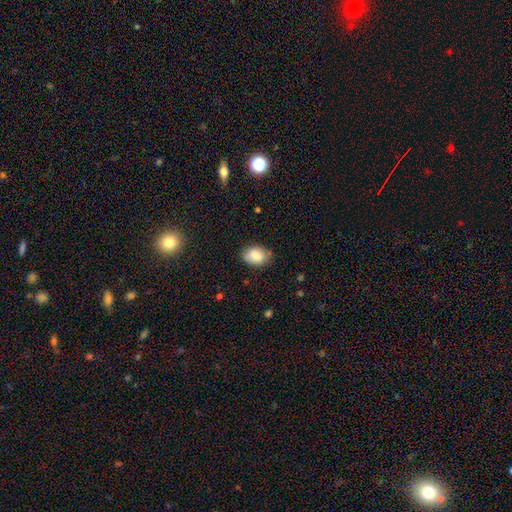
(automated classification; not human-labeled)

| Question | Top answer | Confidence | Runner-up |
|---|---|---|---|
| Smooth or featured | smooth | 82% | featured or disk (10%) |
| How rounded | in between | 78% | round (21%) |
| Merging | none | 79% | minor disturbance (16%) |